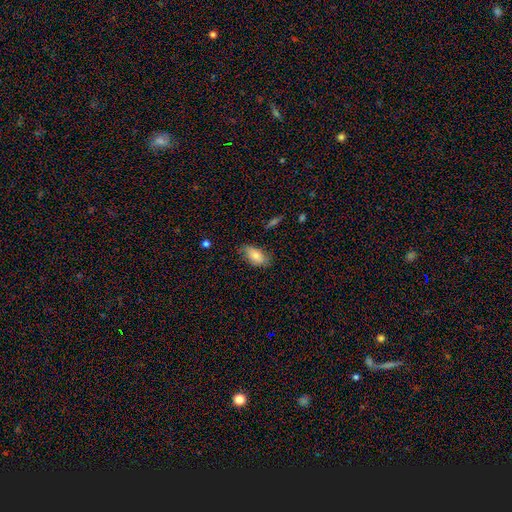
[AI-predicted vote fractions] Smooth or featured: smooth — 78% (featured or disk — 15%)
How rounded: in between — 92% (round — 4%)
Merging: none — 70% (minor disturbance — 24%)